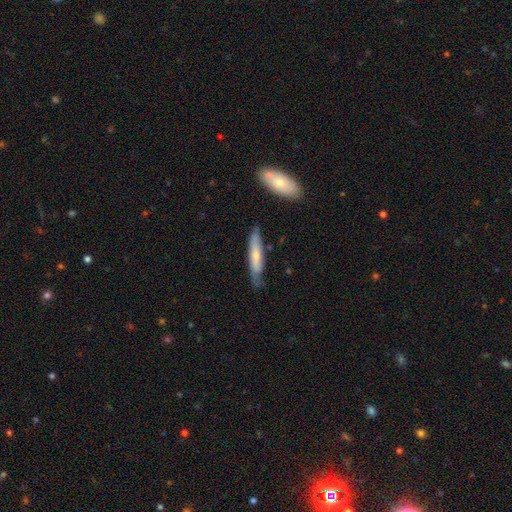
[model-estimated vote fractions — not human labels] Overall: smooth (59%; featured or disk 36%). How rounded: cigar-shaped (87%). Merging: none (70%).